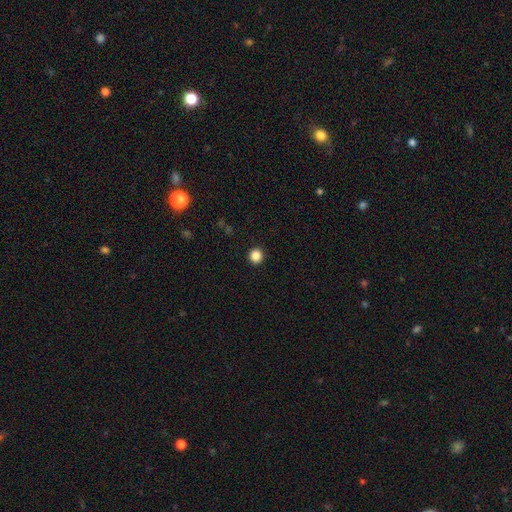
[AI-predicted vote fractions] A smooth galaxy with no disk features (86%) that is round (95%). Merging: none (93%).